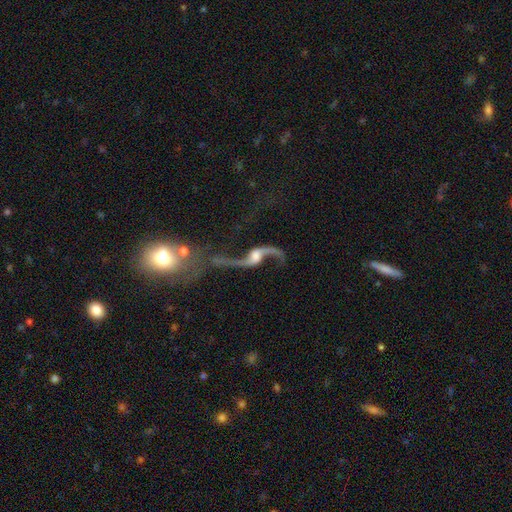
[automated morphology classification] Smooth or featured? featured or disk (89%)
Edge-on disk? no (93%)
Bar? no (48%)
Spiral arms? yes (95%)
Spiral winding? loose (94%)
Spiral arm count? 2 (93%)
Bulge size? moderate (46%)
Merging? none (47%)